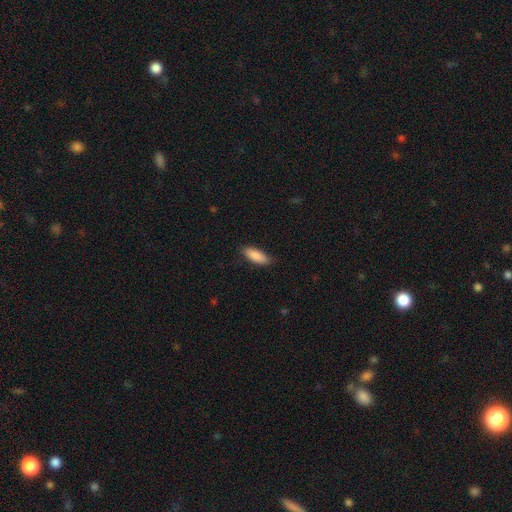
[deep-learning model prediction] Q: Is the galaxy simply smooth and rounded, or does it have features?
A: smooth — 88%.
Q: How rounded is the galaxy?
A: in between — 69%.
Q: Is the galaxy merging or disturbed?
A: none — 85%.